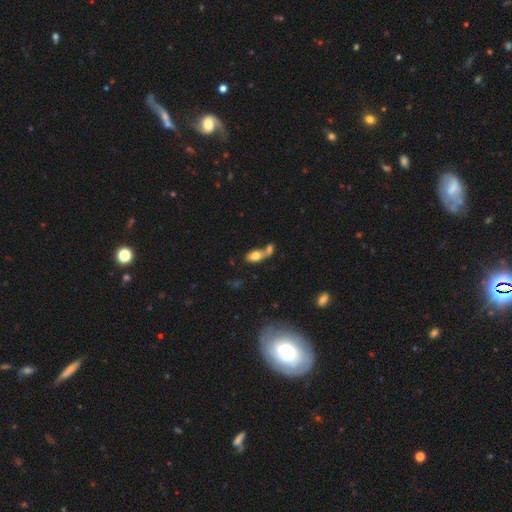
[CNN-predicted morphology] Smooth or featured? Predicted: smooth (p=0.74). How rounded? Predicted: in between (p=0.84). Merging? Predicted: merger (p=0.57).